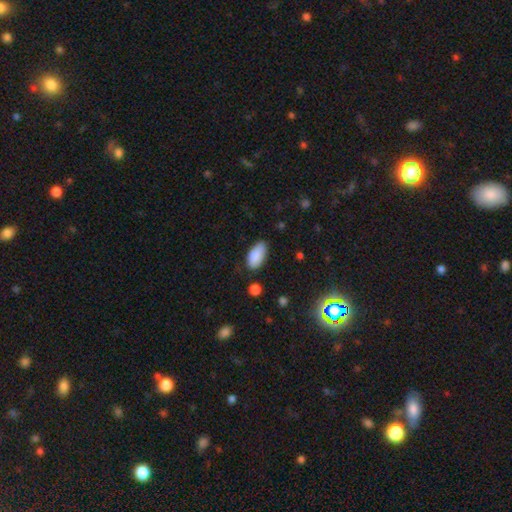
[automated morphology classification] A smooth galaxy with no disk features (88%) that is in between round and cigar-shaped (93%). Merging: none (74%).